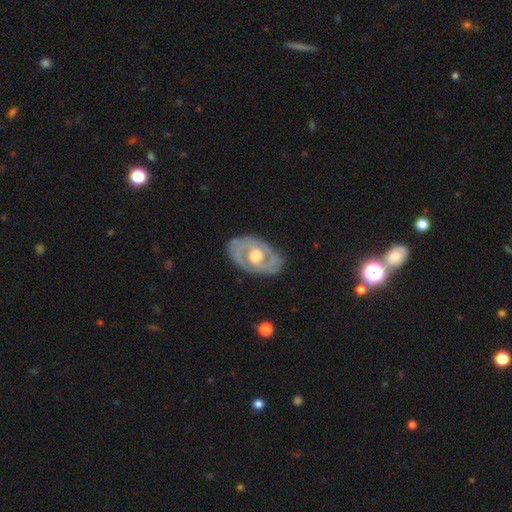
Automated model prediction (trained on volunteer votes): featured or disk 77%, smooth 17%, star or artifact 6%. Down the decision tree: edge-on disk — no (94%); bar — no (66%); spiral arms — yes (63%); bulge size — moderate (62%); merging — none (79%).